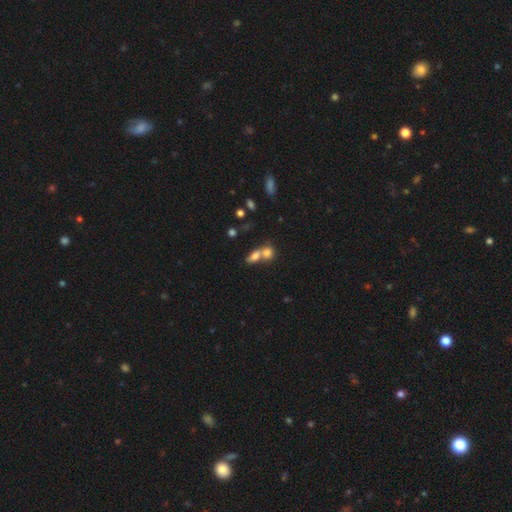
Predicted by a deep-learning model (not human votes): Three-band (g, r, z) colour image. It shows a smooth galaxy with no disk features (74%) that is in between round and cigar-shaped (64%). Merging: merger (65%).